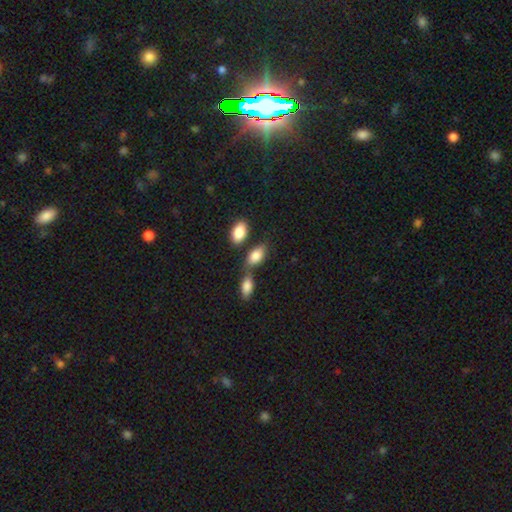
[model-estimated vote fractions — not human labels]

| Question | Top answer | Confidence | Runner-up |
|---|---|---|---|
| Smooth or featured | smooth | 85% | featured or disk (8%) |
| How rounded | in between | 91% | round (6%) |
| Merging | none | 51% | merger (31%) |